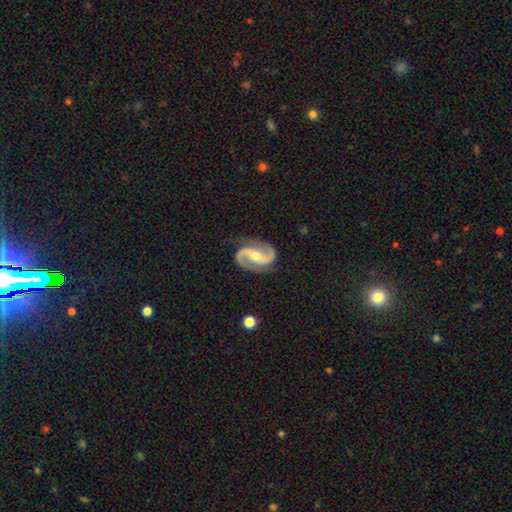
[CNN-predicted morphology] This appears to be a featured or disk galaxy (92%) with a weak bar (35%), 2 (94%) medium (52%) spiral arms (98%) and a moderate central bulge (59%). Merging: none (85%).